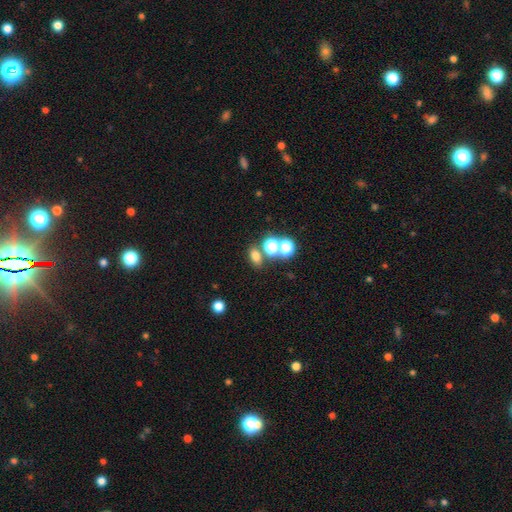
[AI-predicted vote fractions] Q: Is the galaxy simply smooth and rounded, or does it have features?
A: smooth — 69%.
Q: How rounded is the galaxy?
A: in between — 66%.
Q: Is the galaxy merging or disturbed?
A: none — 67%.